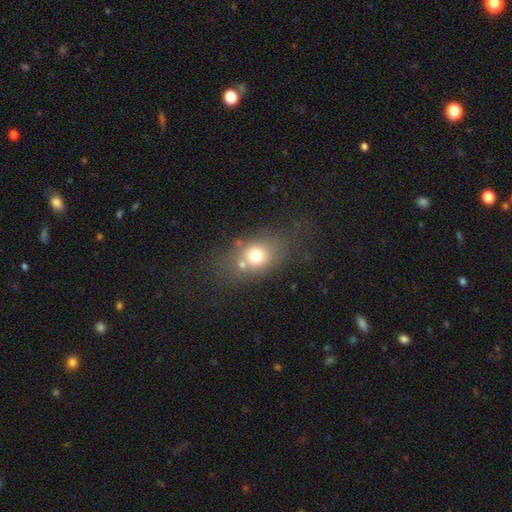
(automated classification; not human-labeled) smooth 70%, featured or disk 17%, star or artifact 13%. Down the decision tree: how rounded — in between (53%); merging — none (49%).